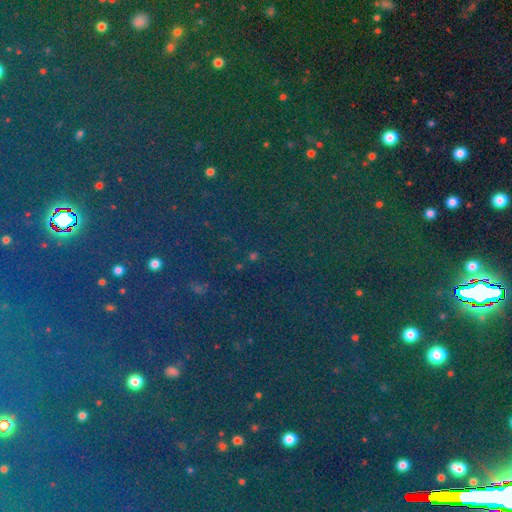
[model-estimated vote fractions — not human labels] This is clearly a star or artifact rather than a galaxy (82%).